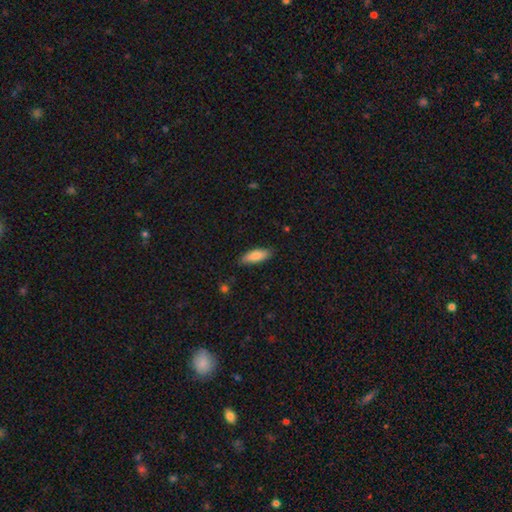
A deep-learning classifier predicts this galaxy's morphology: type=smooth (83%); roundness=in between (69%); merging=none (84%).